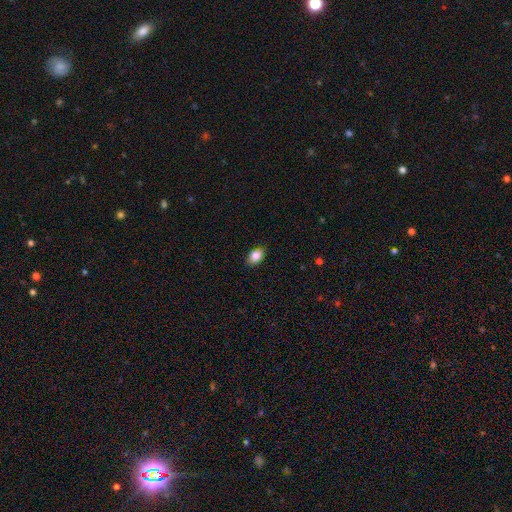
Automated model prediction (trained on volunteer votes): Morphology: type=smooth (84%); roundness=in between (84%); merging=none (86%).